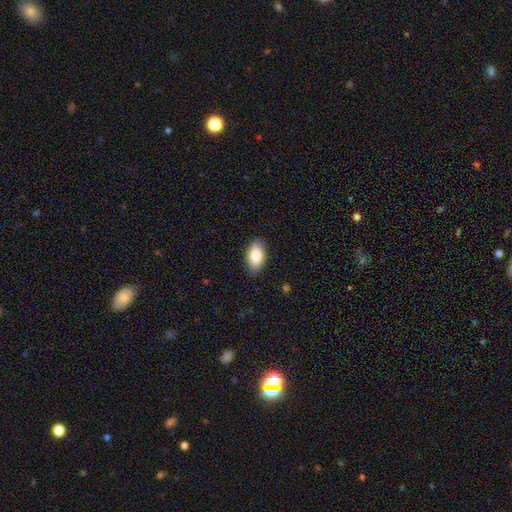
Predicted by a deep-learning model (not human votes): This is clearly a smooth galaxy (84%). How rounded: clearly in between (94%). Merging: clearly none (87%).